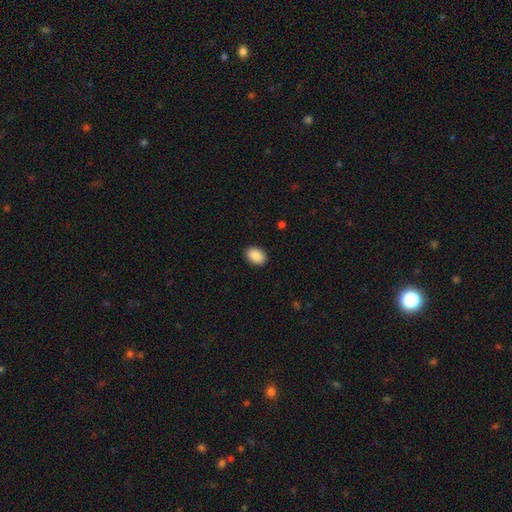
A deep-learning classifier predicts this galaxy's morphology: This appears to be a smooth galaxy with no disk features (90%) that is in between round and cigar-shaped (85%). Merging: none (90%).